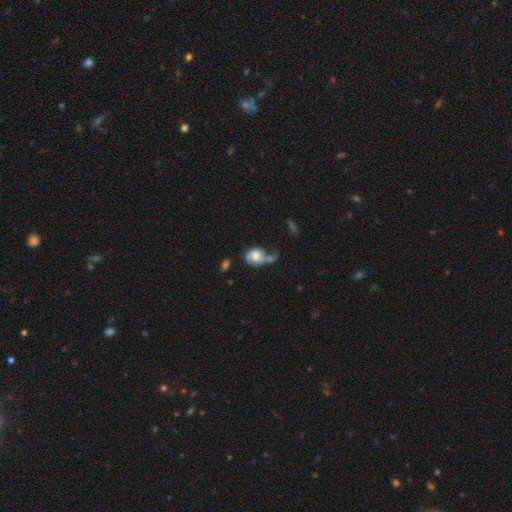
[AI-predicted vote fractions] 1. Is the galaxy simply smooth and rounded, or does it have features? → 56% featured or disk, 36% smooth, 8% star or artifact.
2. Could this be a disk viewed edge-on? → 96% no, 4% yes.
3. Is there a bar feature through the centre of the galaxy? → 68% no, 26% weak, 6% strong.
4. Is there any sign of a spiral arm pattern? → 79% yes, 21% no.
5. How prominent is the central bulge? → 43% moderate, 33% large, 13% small, 6% none, 5% dominant.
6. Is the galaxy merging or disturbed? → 29% major disturbance, 26% none, 24% merger, 20% minor disturbance.